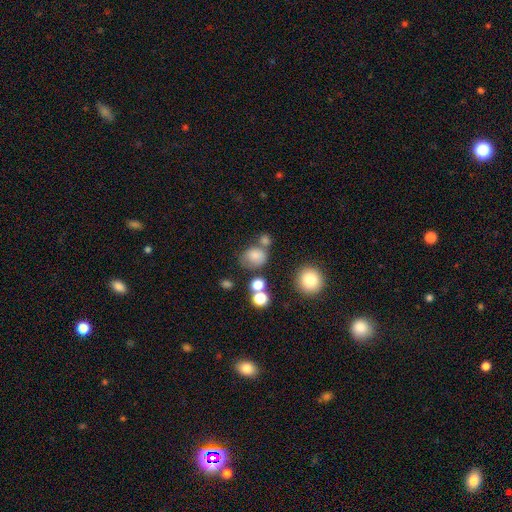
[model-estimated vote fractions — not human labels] smooth 77%, star or artifact 13%, featured or disk 10%. Down the decision tree: how rounded — round (57%); merging — none (48%).